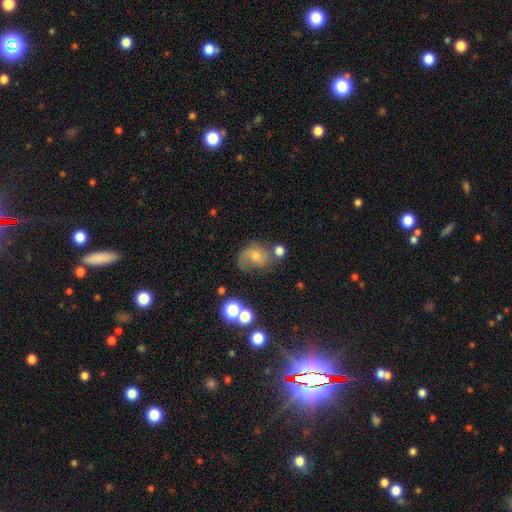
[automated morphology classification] A featured or disk galaxy (52%). Merging: none (50%).